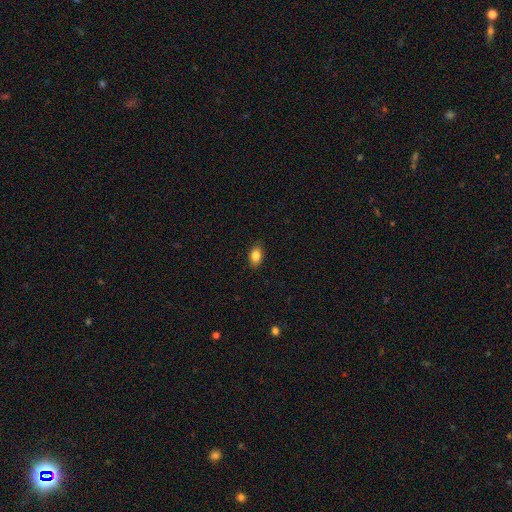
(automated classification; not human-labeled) Smooth or featured?
  - smooth: 85% *
  - star or artifact: 8%
  - featured or disk: 7%
How rounded?
  - in between: 82% *
  - round: 17%
  - cigar-shaped: 2%
Merging?
  - none: 87% *
  - minor disturbance: 10%
  - major disturbance: 2%
  - merger: 1%